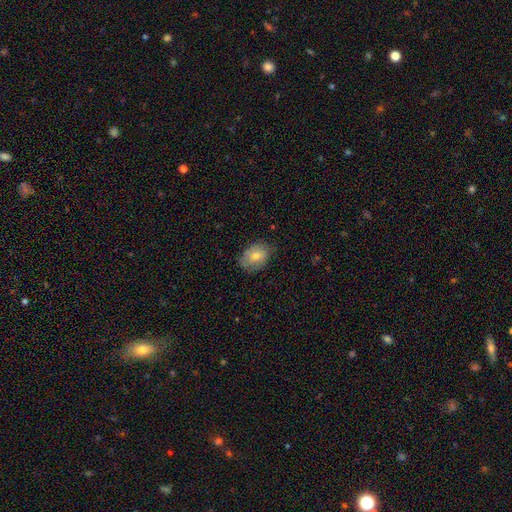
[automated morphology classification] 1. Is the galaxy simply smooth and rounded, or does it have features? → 66% smooth, 24% featured or disk, 9% star or artifact.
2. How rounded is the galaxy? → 71% in between, 28% round, 1% cigar-shaped.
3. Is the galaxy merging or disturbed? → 72% none, 22% minor disturbance, 5% major disturbance, 1% merger.